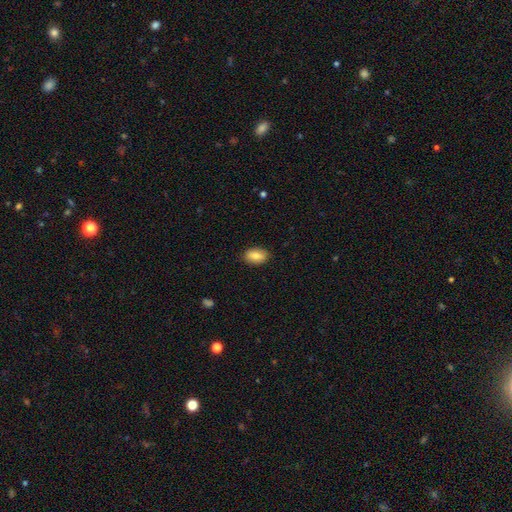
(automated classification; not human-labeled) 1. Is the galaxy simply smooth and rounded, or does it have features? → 81% smooth, 11% featured or disk, 7% star or artifact.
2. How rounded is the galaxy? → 88% in between, 10% round, 2% cigar-shaped.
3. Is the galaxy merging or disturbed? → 87% none, 10% minor disturbance, 2% major disturbance, 1% merger.